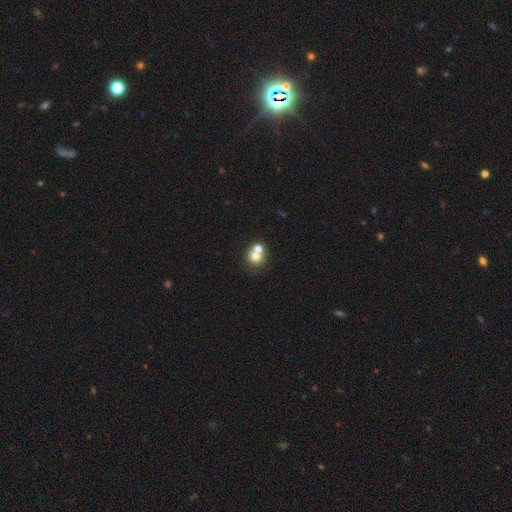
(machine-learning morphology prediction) smooth-or-featured: smooth: 69% | featured or disk: 17% | star or artifact: 14%
  how-rounded: round: 84% | in between: 15% | cigar-shaped: 1%
  merging: merger: 46% | none: 45% | minor disturbance: 6% | major disturbance: 3%